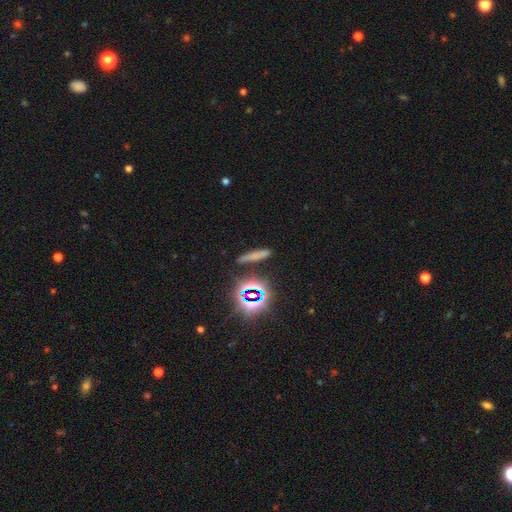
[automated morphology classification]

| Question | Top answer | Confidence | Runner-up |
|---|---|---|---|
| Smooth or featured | smooth | 55% | star or artifact (28%) |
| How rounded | cigar-shaped | 83% | in between (10%) |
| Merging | none | 81% | minor disturbance (12%) |